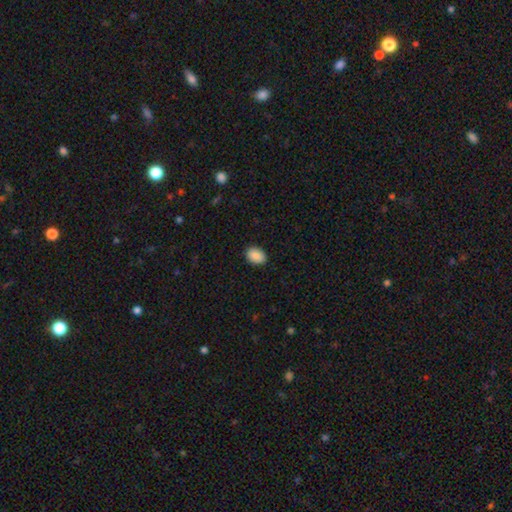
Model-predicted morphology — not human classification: smooth_or_featured: smooth (p=0.89) [alt: star or artifact p=0.07]
how_rounded: in between (p=0.75) [alt: round p=0.24]
merging: none (p=0.89) [alt: minor disturbance p=0.08]